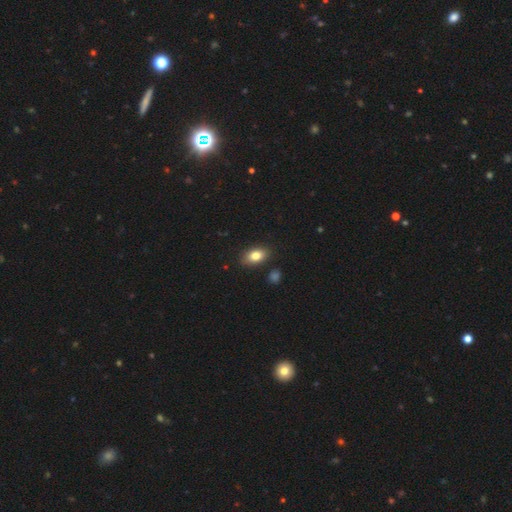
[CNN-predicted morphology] Smooth or featured?
  - smooth: 82% *
  - featured or disk: 10%
  - star or artifact: 8%
How rounded?
  - in between: 88% *
  - round: 10%
  - cigar-shaped: 3%
Merging?
  - none: 85% *
  - minor disturbance: 10%
  - merger: 2%
  - major disturbance: 2%